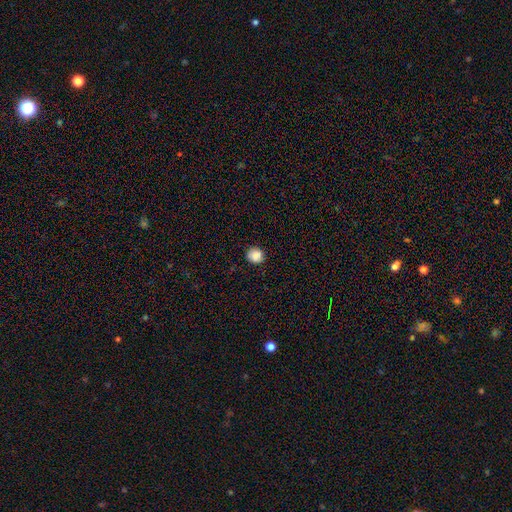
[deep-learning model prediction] A smooth galaxy with no disk features (86%) that is round (83%).

Vote fractions:
- Smooth or featured? smooth: 86% / star or artifact: 10% / featured or disk: 4%
- How rounded? round: 83% / in between: 16% / cigar-shaped: 1%
- Merging? none: 85% / minor disturbance: 12% / major disturbance: 3% / merger: 1%